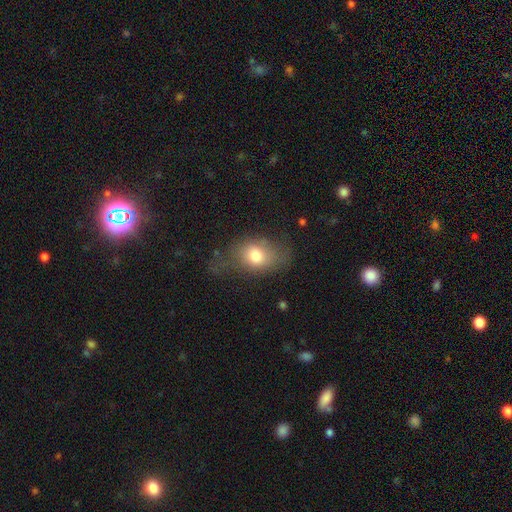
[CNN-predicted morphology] This is likely a smooth galaxy (73%). How rounded: likely in between (71%). Merging: marginally none (45%).